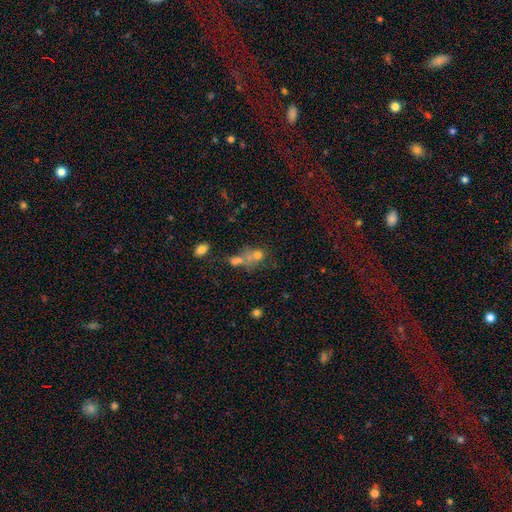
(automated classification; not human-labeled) Overall: smooth (48%; star or artifact 29%). Merging: merger (45%; none 35%).